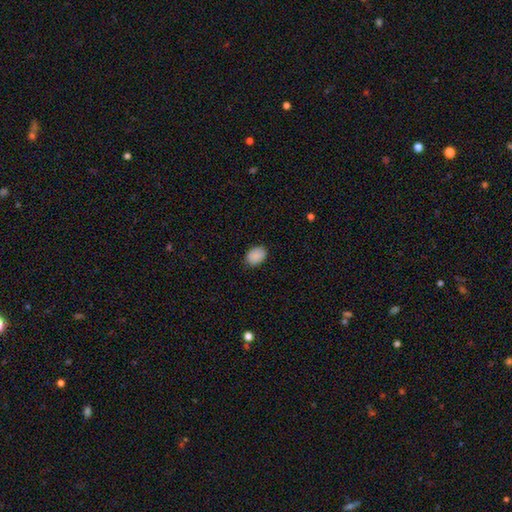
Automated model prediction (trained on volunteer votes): This is clearly a smooth galaxy (90%). How rounded: likely in between (75%). Merging: clearly none (86%).